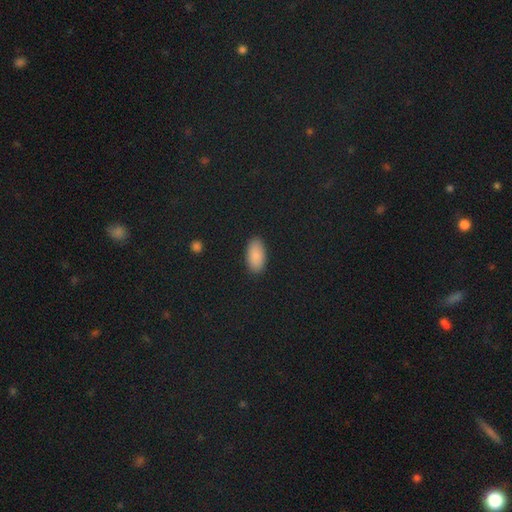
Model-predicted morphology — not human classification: Overall: smooth (88%). How rounded: in between (95%). Merging: none (89%).